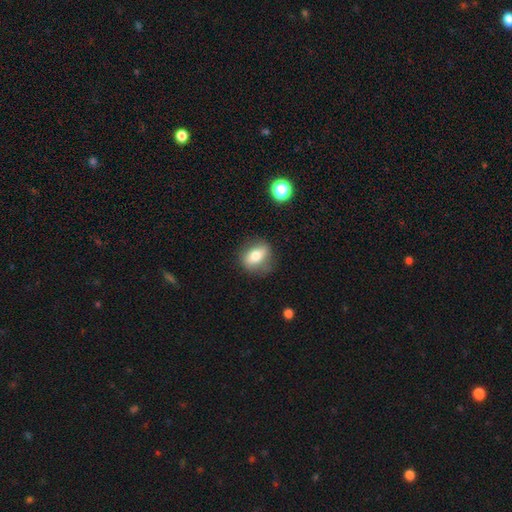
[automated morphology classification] A smooth galaxy with no disk features (64%) that is in between round and cigar-shaped (60%). Merging: none (78%).